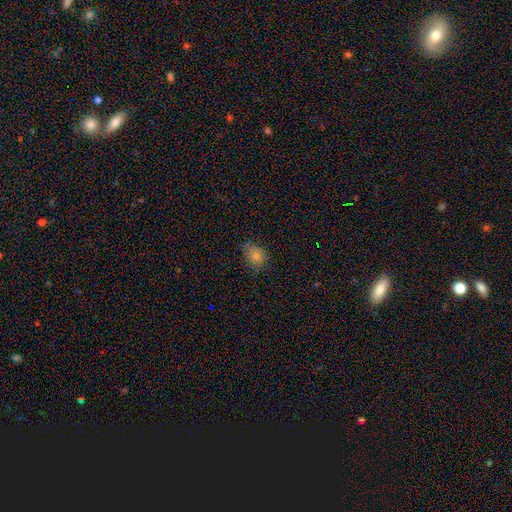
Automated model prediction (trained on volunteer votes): Smooth or featured? smooth (80%)
How rounded? round (56%)
Merging? none (68%)